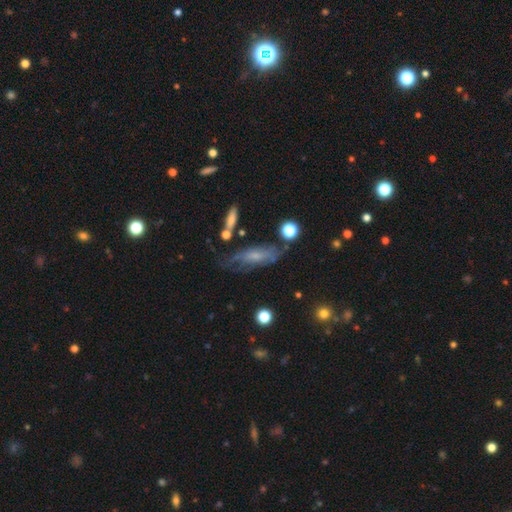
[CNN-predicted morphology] Overall: featured or disk (52%; smooth 39%). Edge-on disk: no (73%). Merging: none (53%; minor disturbance 27%).